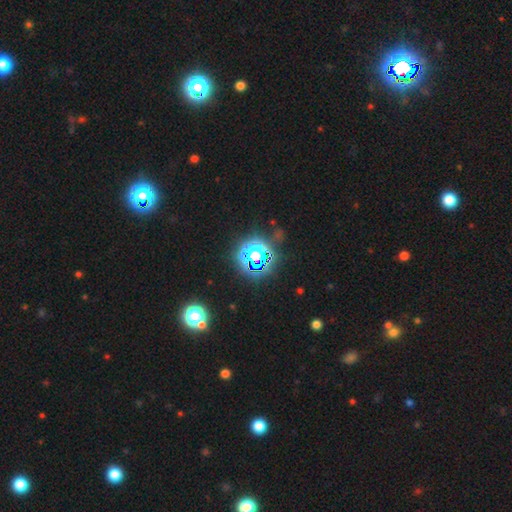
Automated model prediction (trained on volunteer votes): Smooth or featured? star or artifact (66%)